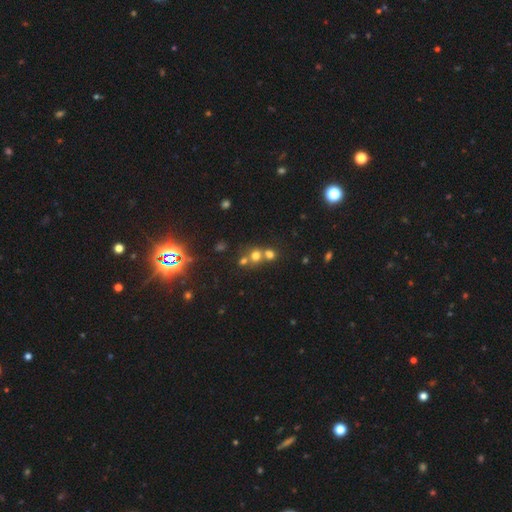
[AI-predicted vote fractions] smooth 62%, star or artifact 25%, featured or disk 13%. Down the decision tree: how rounded — round (82%); merging — merger (47%).